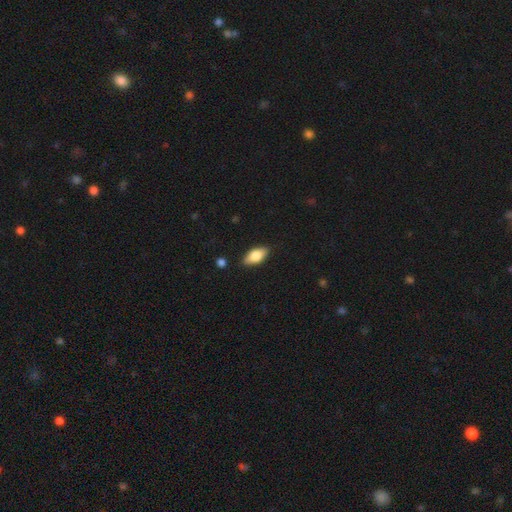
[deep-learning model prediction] This is likely a smooth galaxy (74%). How rounded: clearly in between (87%). Merging: clearly none (85%).